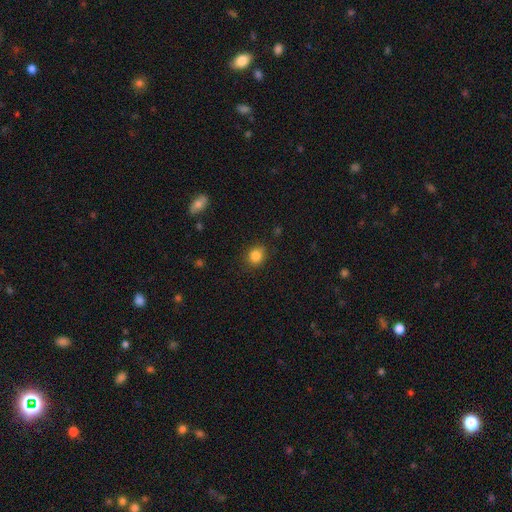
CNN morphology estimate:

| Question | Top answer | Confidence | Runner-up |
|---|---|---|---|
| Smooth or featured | smooth | 84% | star or artifact (11%) |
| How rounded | round | 76% | in between (23%) |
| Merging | none | 86% | minor disturbance (10%) |